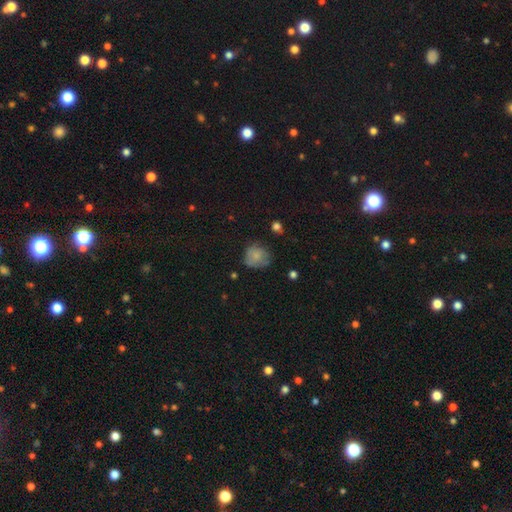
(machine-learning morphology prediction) type=smooth (74%); roundness=round (79%); merging=none (57%).